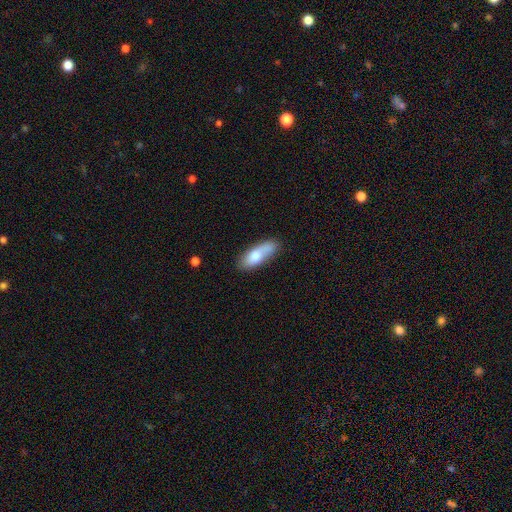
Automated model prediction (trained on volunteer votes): A smooth galaxy with no disk features (73%) that is in between round and cigar-shaped (68%). Merging: none (64%).